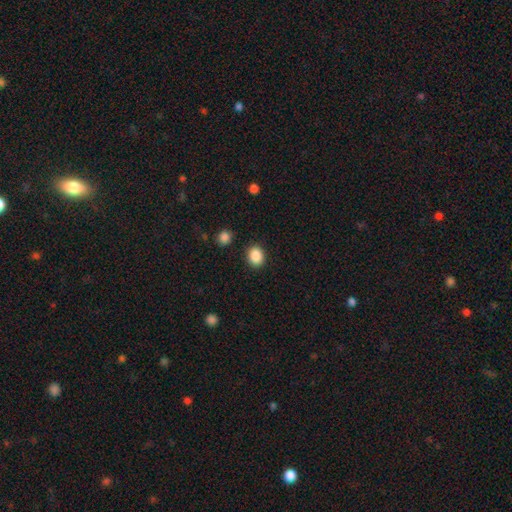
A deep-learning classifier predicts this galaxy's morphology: type=smooth (88%); roundness=round (56%); merging=none (88%).